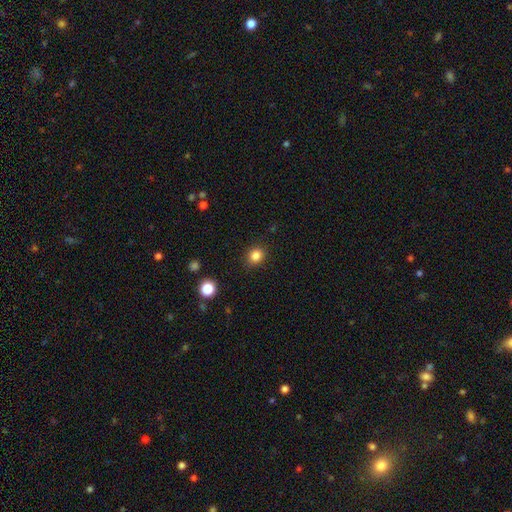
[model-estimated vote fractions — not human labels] The model was most divided on "how rounded": round: 76%, in between: 24%, cigar-shaped: 1%. More confident: merging — none (88%); smooth or featured — smooth (84%).